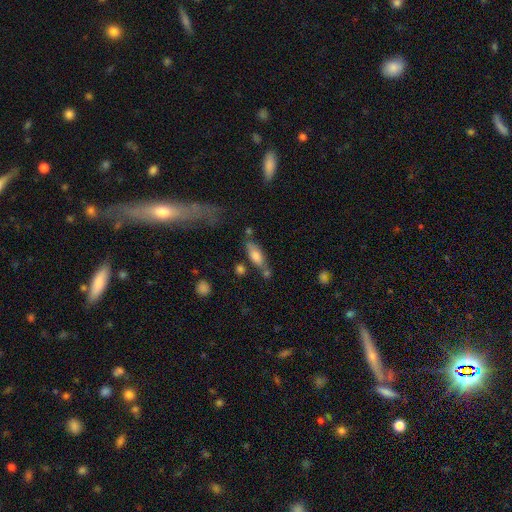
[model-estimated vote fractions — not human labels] smooth_or_featured: smooth (p=0.70) [alt: featured or disk p=0.22]
how_rounded: in between (p=0.64) [alt: cigar-shaped p=0.33]
merging: none (p=0.56) [alt: minor disturbance p=0.19]